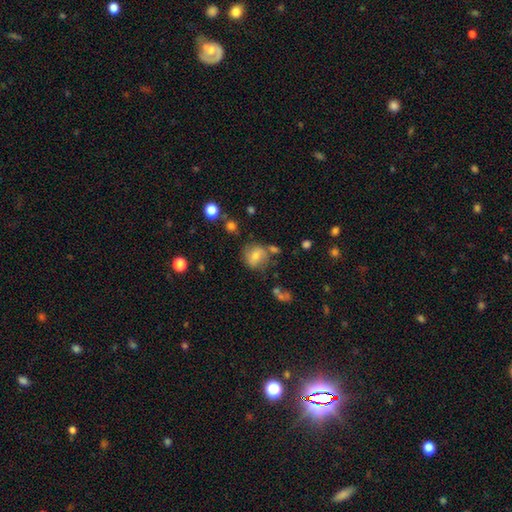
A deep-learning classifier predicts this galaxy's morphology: Overall: smooth (68%). How rounded: round (70%). Merging: none (61%).